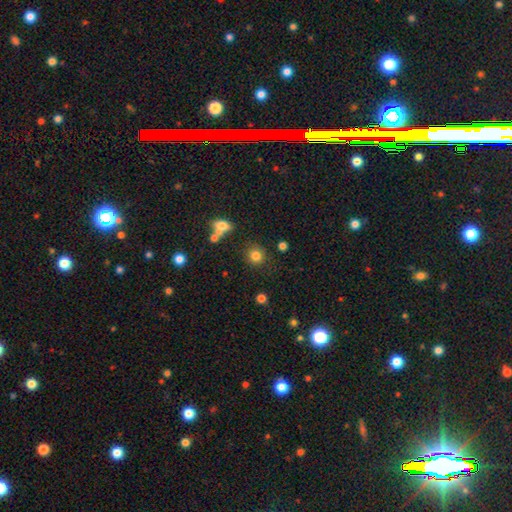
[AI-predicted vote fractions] This appears to be a smooth galaxy with no disk features (81%) that is round (89%). Merging: none (83%).